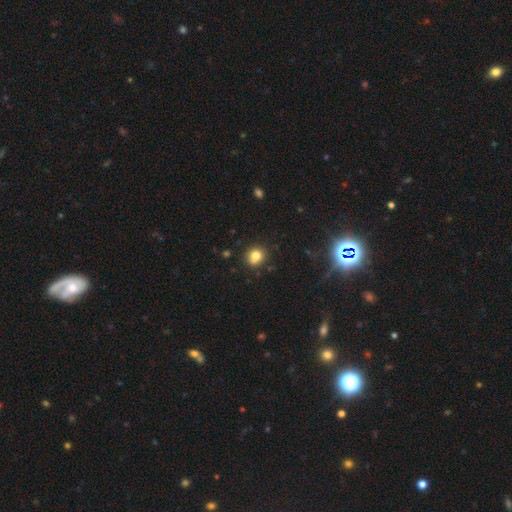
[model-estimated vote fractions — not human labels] A smooth galaxy with no disk features (79%) that is round (75%).

Vote fractions:
- Smooth or featured? smooth: 79% / star or artifact: 13% / featured or disk: 9%
- How rounded? round: 75% / in between: 24% / cigar-shaped: 1%
- Merging? none: 78% / minor disturbance: 14% / merger: 6% / major disturbance: 3%